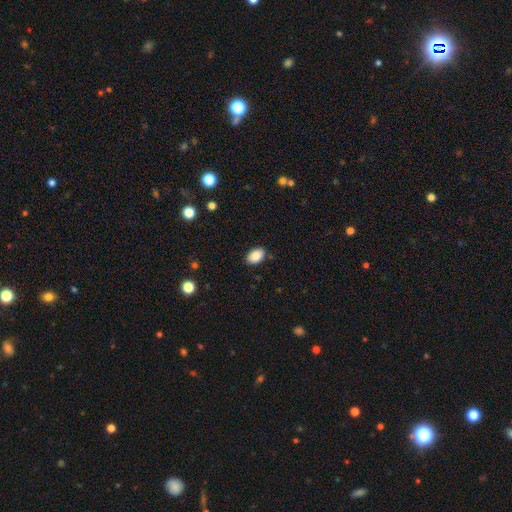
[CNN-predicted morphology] A smooth galaxy with no disk features (87%) that is in between round and cigar-shaped (87%).

Vote fractions:
- Smooth or featured? smooth: 87% / star or artifact: 8% / featured or disk: 6%
- How rounded? in between: 87% / round: 12% / cigar-shaped: 1%
- Merging? none: 86% / minor disturbance: 10% / major disturbance: 2% / merger: 2%